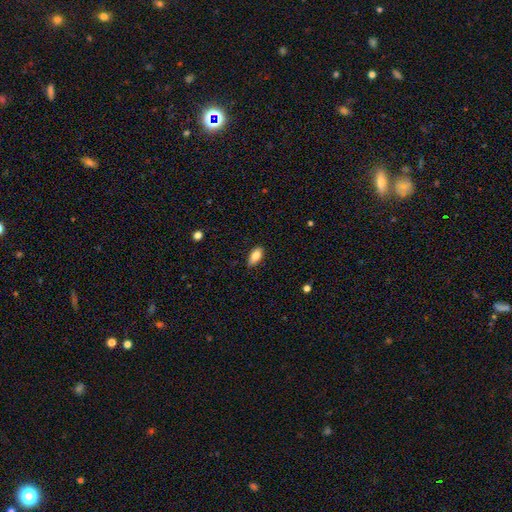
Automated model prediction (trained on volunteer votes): A smooth galaxy with no disk features (82%) that is in between round and cigar-shaped (89%). Merging: none (82%).